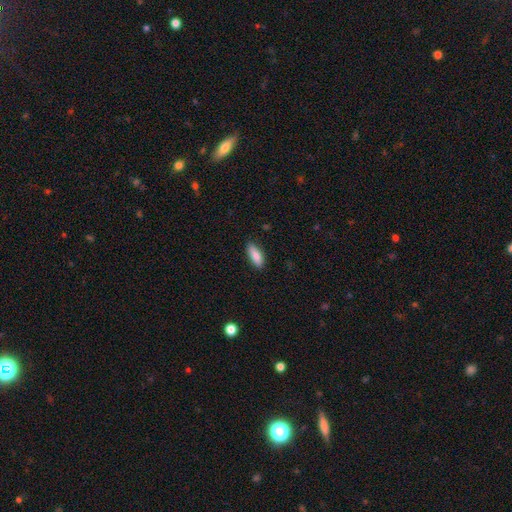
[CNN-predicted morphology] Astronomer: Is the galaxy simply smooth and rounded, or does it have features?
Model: smooth — 84%.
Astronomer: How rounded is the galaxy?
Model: in between — 69%.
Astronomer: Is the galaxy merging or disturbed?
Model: none — 85%.